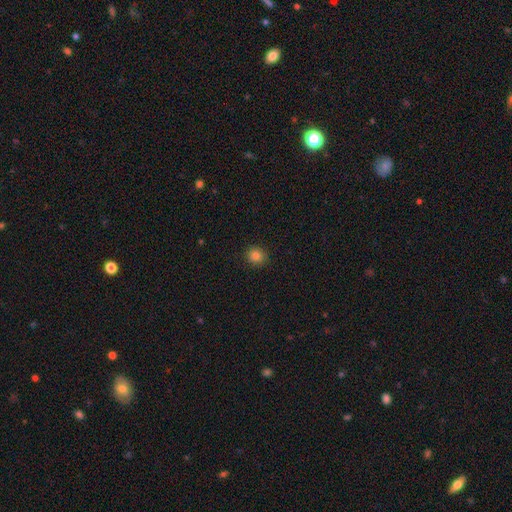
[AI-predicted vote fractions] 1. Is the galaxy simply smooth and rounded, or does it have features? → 83% smooth, 12% star or artifact, 5% featured or disk.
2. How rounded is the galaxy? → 84% round, 15% in between, 1% cigar-shaped.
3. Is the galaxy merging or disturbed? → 91% none, 6% minor disturbance, 2% major disturbance, 1% merger.